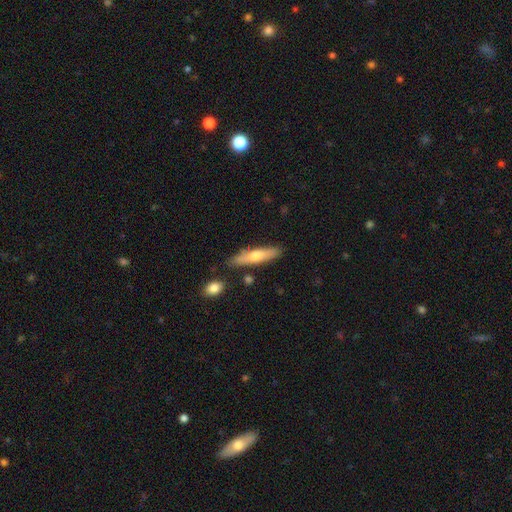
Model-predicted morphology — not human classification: Smooth or featured: smooth — 56% (featured or disk — 38%)
How rounded: cigar-shaped — 79% (in between — 19%)
Merging: none — 82% (minor disturbance — 12%)